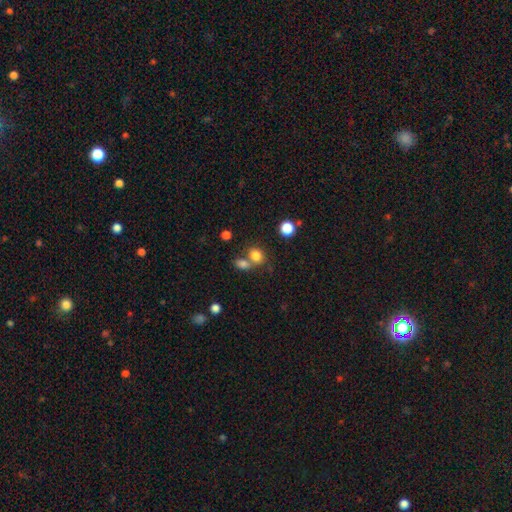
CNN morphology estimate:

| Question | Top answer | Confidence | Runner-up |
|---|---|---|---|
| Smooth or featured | smooth | 80% | star or artifact (12%) |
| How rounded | in between | 53% | round (45%) |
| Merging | none | 44% | merger (42%) |